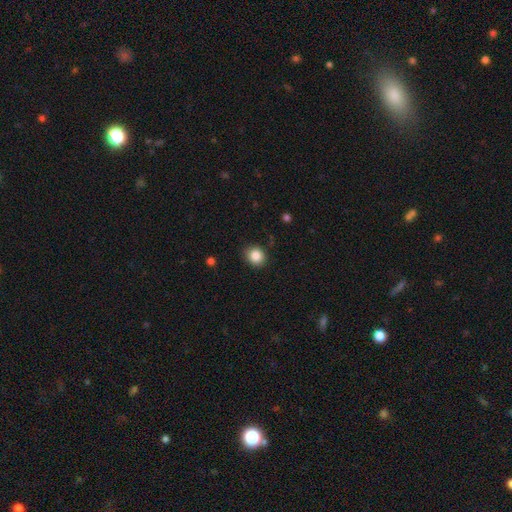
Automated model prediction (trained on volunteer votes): Smooth or featured? Predicted: smooth (p=0.86). How rounded? Predicted: round (p=0.75). Merging? Predicted: none (p=0.86).